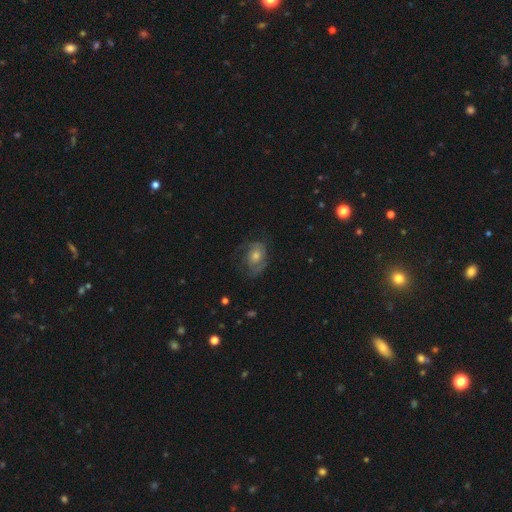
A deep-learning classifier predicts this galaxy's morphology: smooth-or-featured: featured or disk: 61% | smooth: 27% | star or artifact: 12%
  disk-edge-on: no: 96% | yes: 4%
    bar: no: 76% | weak: 20% | strong: 4%
    has-spiral-arms: yes: 80% | no: 20%
    bulge-size: moderate: 58% | small: 30% | large: 8% | none: 2% | dominant: 1%
  merging: none: 64% | minor disturbance: 21% | major disturbance: 14% | merger: 1%